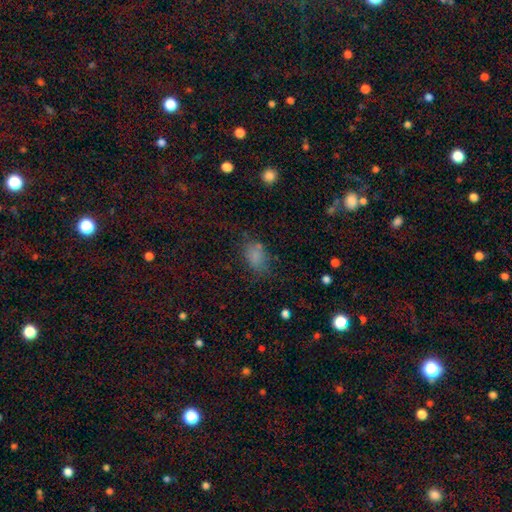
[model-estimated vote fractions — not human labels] This appears to be a smooth galaxy with no disk features (76%) that is in between round and cigar-shaped (82%). Merging: none (61%).